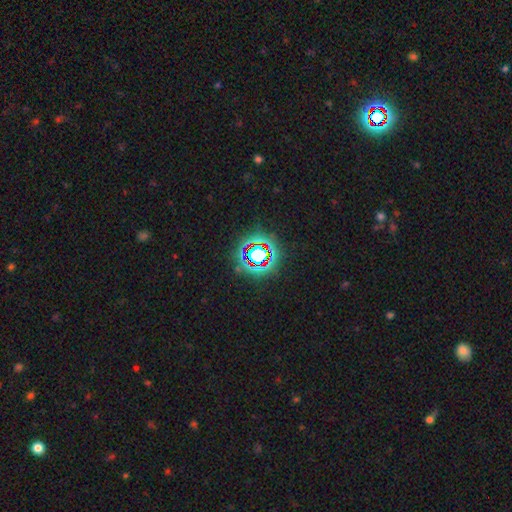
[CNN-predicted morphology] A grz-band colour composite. It shows a star or artifact, not a galaxy (69%).